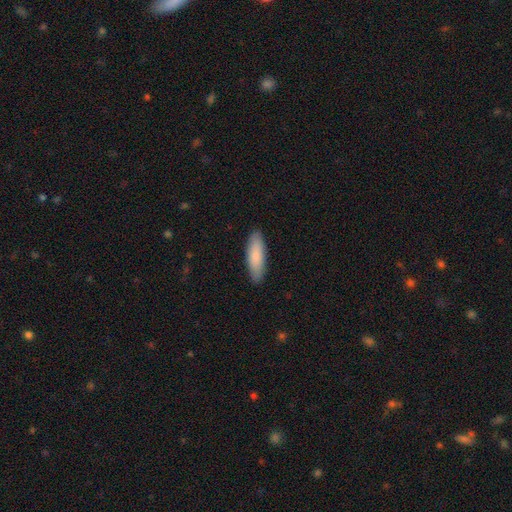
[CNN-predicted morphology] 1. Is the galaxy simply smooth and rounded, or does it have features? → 84% smooth, 11% featured or disk, 5% star or artifact.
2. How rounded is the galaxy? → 52% cigar-shaped, 46% in between, 2% round.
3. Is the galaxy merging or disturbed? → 89% none, 9% minor disturbance, 2% major disturbance, 1% merger.